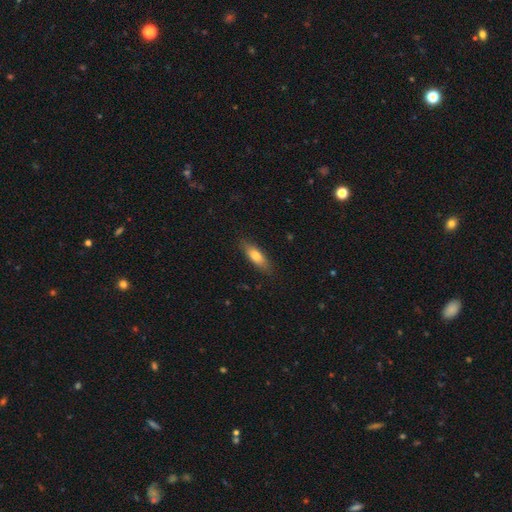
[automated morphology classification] Overall: smooth (75%). How rounded: in between (56%; cigar-shaped 41%). Merging: none (84%).